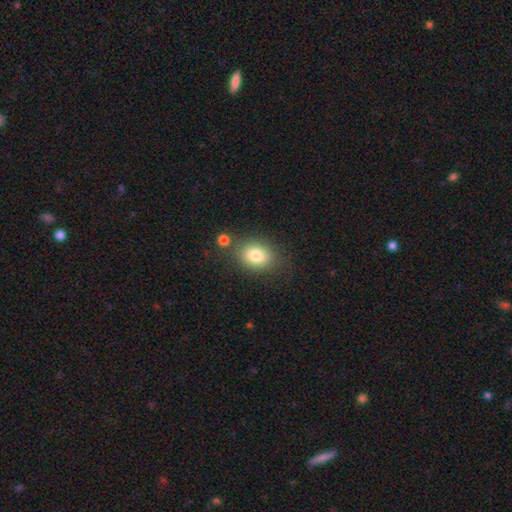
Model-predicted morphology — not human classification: This is likely a smooth galaxy (80%). How rounded: possibly in between (58%). Merging: likely none (76%).